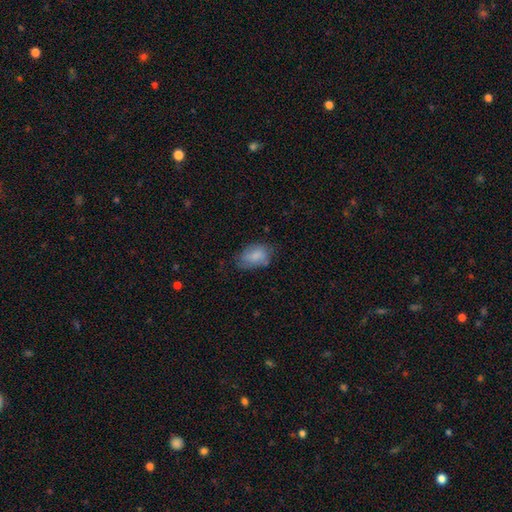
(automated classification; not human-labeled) Q: Smooth or featured?
A: smooth (76%); runner-up: featured or disk (17%)
Q: How rounded?
A: in between (87%); runner-up: round (11%)
Q: Merging?
A: none (56%); runner-up: minor disturbance (31%)